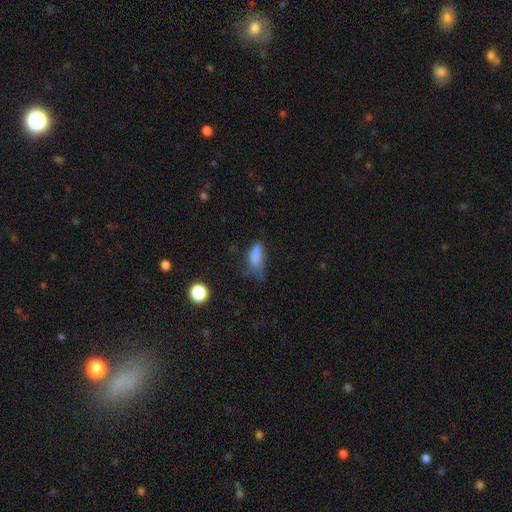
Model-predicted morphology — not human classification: type=smooth (72%); roundness=in between (65%); merging=minor disturbance (34%).